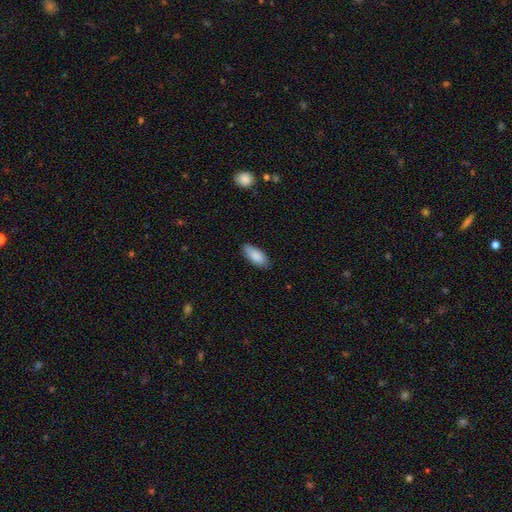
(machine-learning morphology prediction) Smooth or featured? Predicted: smooth (p=0.87). How rounded? Predicted: in between (p=0.86). Merging? Predicted: none (p=0.78).